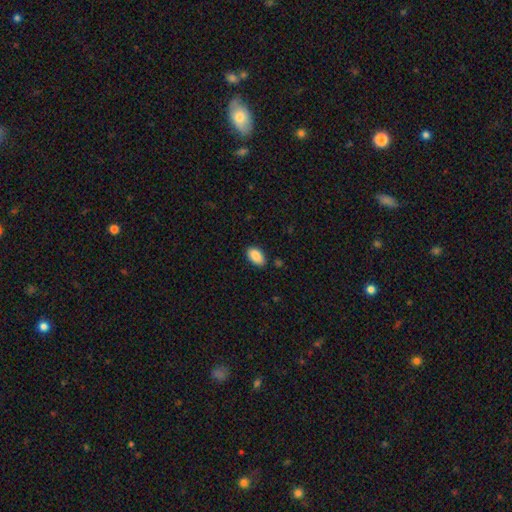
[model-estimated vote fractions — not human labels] A smooth galaxy with no disk features (89%) that is in between round and cigar-shaped (94%).

Vote fractions:
- Smooth or featured? smooth: 89% / star or artifact: 7% / featured or disk: 4%
- How rounded? in between: 94% / round: 4% / cigar-shaped: 2%
- Merging? none: 83% / minor disturbance: 13% / major disturbance: 2% / merger: 2%